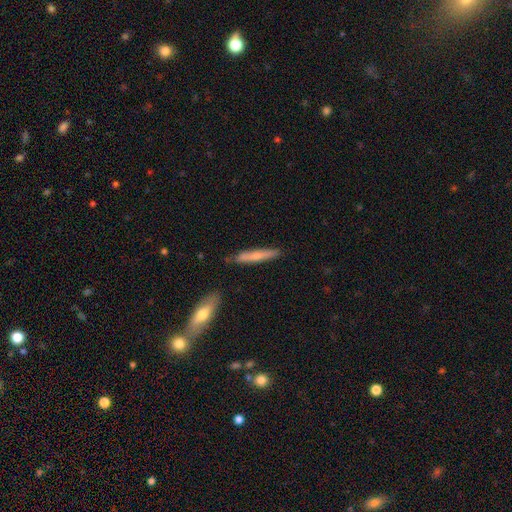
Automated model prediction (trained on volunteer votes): Smooth or featured? smooth (61%)
How rounded? cigar-shaped (92%)
Merging? none (84%)